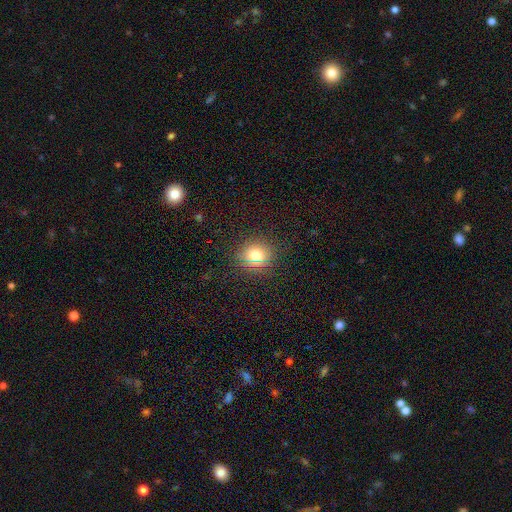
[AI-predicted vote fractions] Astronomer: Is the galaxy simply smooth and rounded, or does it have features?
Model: smooth — 71%.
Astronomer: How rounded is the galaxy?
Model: round — 89%.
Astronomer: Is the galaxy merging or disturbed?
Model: none — 87%.